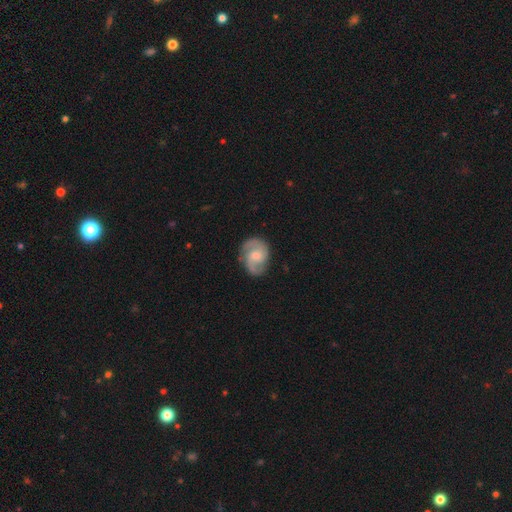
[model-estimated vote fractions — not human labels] A featured or disk galaxy (81%) with no bar (55%), 2 (87%) medium (54%) spiral arms (96%) and a moderate central bulge (47%).

Vote fractions:
- Smooth or featured? featured or disk: 81% / smooth: 14% / star or artifact: 5%
- Edge-on disk? no: 98% / yes: 2%
- Bar? no: 55% / weak: 39% / strong: 6%
- Spiral arms? yes: 96% / no: 4%
- Spiral winding? medium: 54% / tight: 24% / loose: 22%
- Spiral arm count? 2: 87% / can't tell: 5% / 3: 3% / 1: 2% / 4: 1% / more than 4: 1%
- Bulge size? moderate: 47% / small: 42% / none: 6% / large: 4% / dominant: 1%
- Merging? none: 77% / minor disturbance: 16% / major disturbance: 6% / merger: 1%